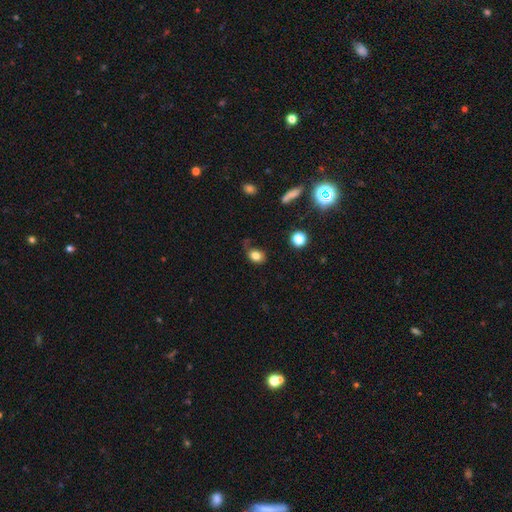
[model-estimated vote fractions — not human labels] Q: Smooth or featured?
A: smooth (80%); runner-up: star or artifact (11%)
Q: How rounded?
A: in between (62%); runner-up: round (36%)
Q: Merging?
A: none (60%); runner-up: minor disturbance (25%)